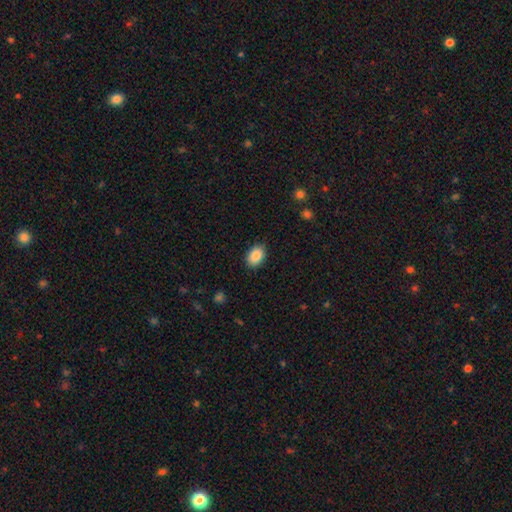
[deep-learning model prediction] The model was most divided on "how rounded": in between: 85%, round: 14%, cigar-shaped: 1%. More confident: smooth or featured — smooth (88%); merging — none (88%).